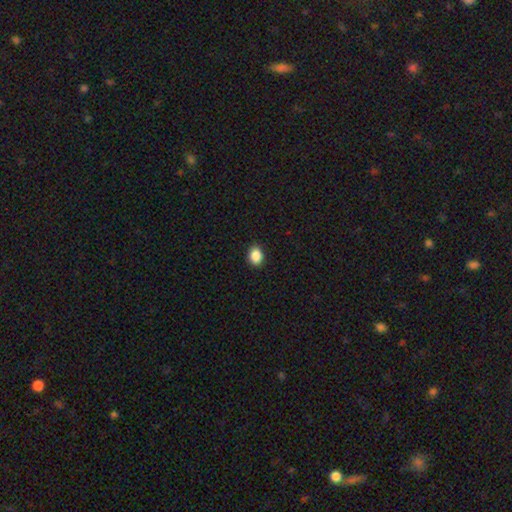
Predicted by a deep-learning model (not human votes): Smooth or featured: smooth — 88% (star or artifact — 9%)
How rounded: in between — 60% (round — 39%)
Merging: none — 90% (minor disturbance — 7%)